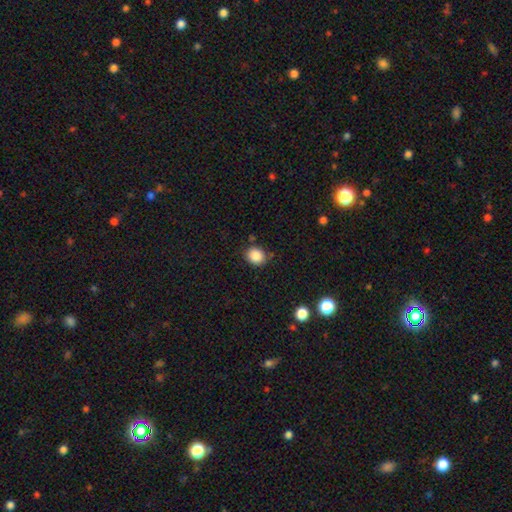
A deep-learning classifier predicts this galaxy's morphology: smooth_or_featured: smooth (p=0.86) [alt: star or artifact p=0.10]
how_rounded: round (p=0.70) [alt: in between p=0.29]
merging: none (p=0.80) [alt: minor disturbance p=0.13]